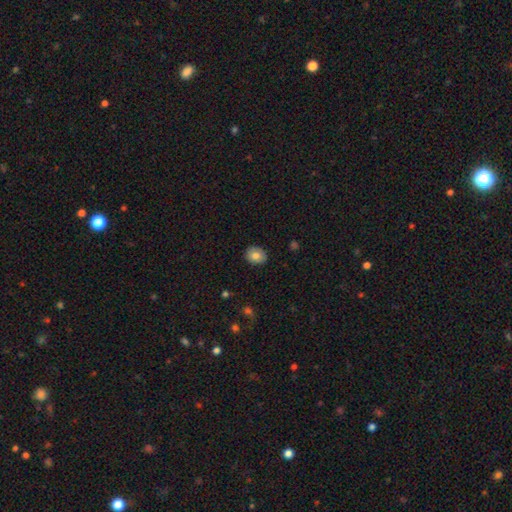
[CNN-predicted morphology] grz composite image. It shows a smooth galaxy with no disk features (79%) that is round (56%). Merging: none (87%).